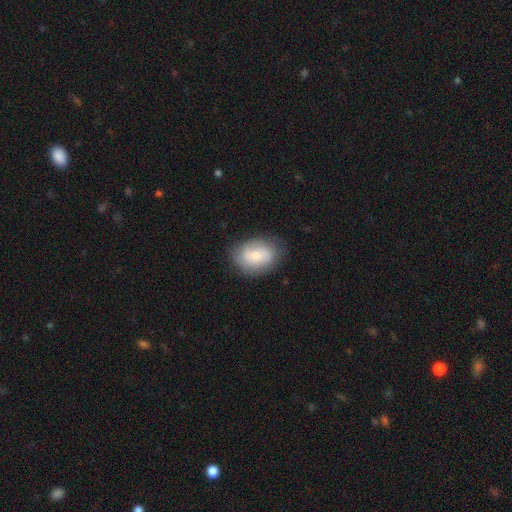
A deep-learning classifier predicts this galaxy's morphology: Smooth or featured?
  - smooth: 46% * (tied)
  - featured or disk: 46% * (tied)
  - star or artifact: 8%
Merging?
  - none: 74% *
  - minor disturbance: 19%
  - major disturbance: 7%
  - merger: 1%